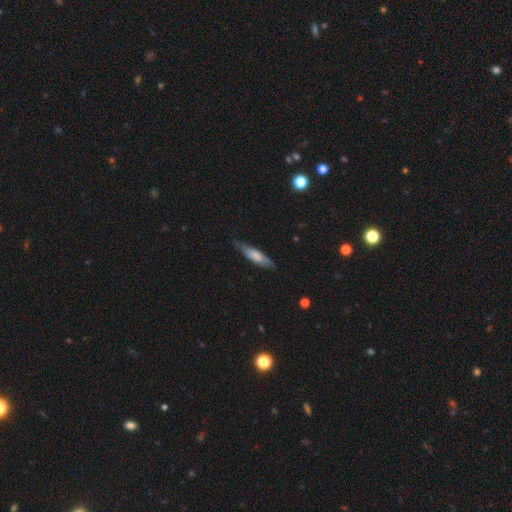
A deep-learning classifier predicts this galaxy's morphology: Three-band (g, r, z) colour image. It shows a smooth galaxy with no disk features (63%) that is cigar-shaped (76%). Merging: none (76%).